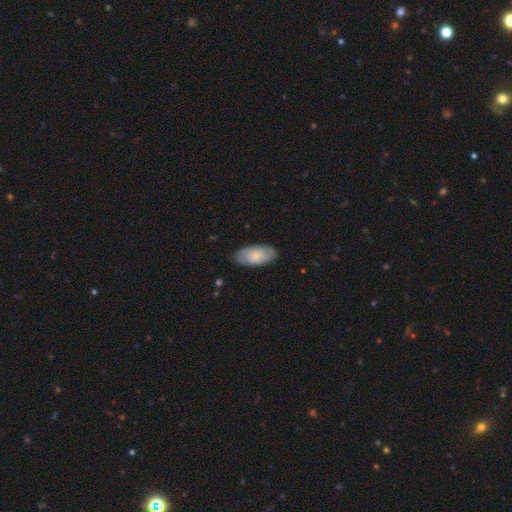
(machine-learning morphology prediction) A smooth galaxy with no disk features (51%) that is in between round and cigar-shaped (92%). Merging: none (81%).